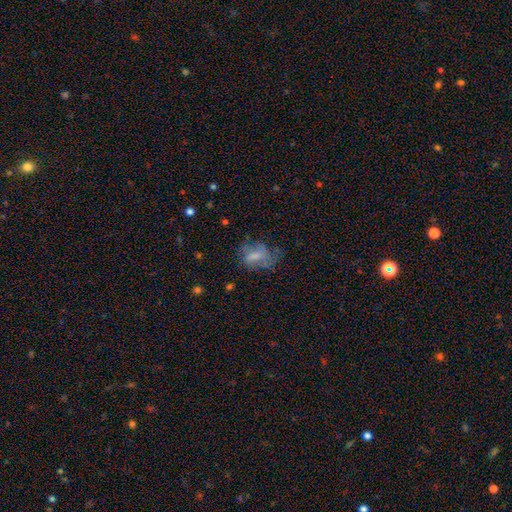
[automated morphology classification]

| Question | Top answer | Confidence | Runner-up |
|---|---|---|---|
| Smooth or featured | smooth | 55% | featured or disk (34%) |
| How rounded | in between | 78% | round (19%) |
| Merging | none | 42% | major disturbance (28%) |